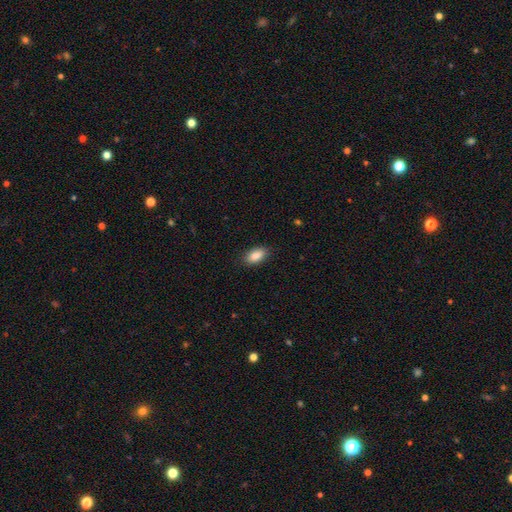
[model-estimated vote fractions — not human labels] Overall: smooth (87%). How rounded: in between (92%). Merging: none (87%).